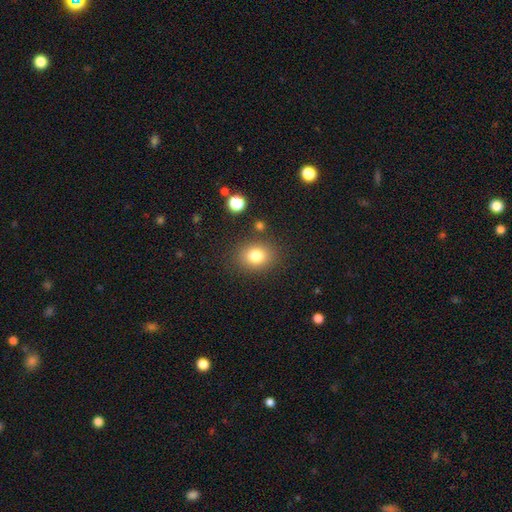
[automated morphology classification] type=smooth (80%); roundness=round (55%); merging=none (83%).